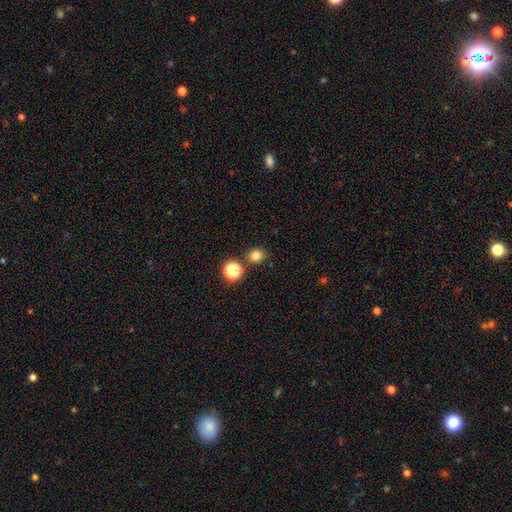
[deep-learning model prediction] Smooth or featured: smooth — 78% (star or artifact — 17%)
How rounded: round — 86% (in between — 13%)
Merging: none — 80% (merger — 10%)